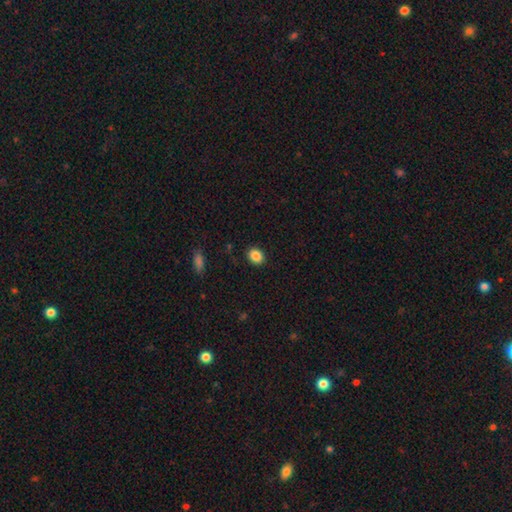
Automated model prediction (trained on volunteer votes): Q: Smooth or featured?
A: smooth (87%); runner-up: star or artifact (9%)
Q: How rounded?
A: round (50%); runner-up: in between (49%)
Q: Merging?
A: none (89%); runner-up: minor disturbance (7%)